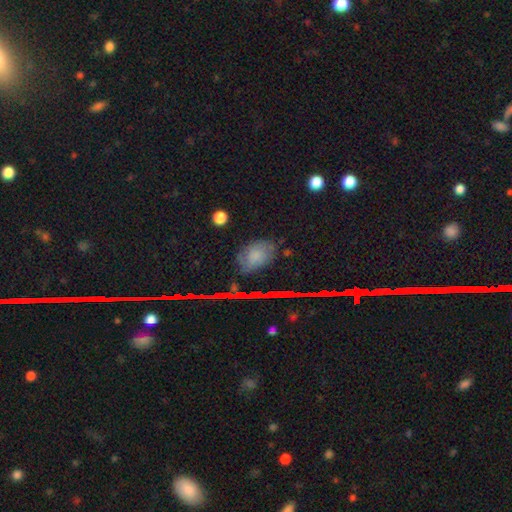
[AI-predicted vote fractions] This appears to be a smooth galaxy with no disk features (60%) that is in between round and cigar-shaped (78%). Merging: none (66%).